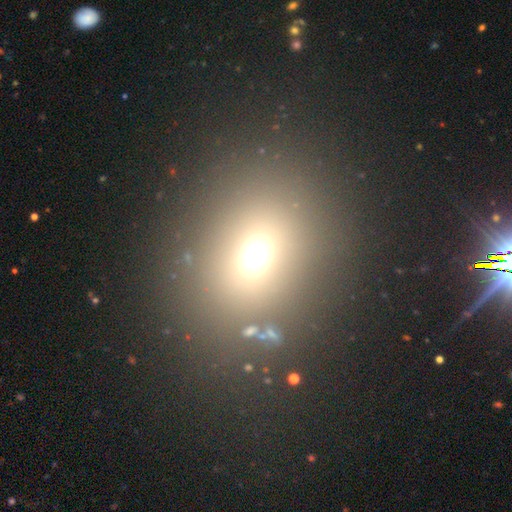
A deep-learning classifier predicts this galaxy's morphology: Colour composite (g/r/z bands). It shows a smooth galaxy with no disk features (65%) that is round (64%). Merging: none (79%).